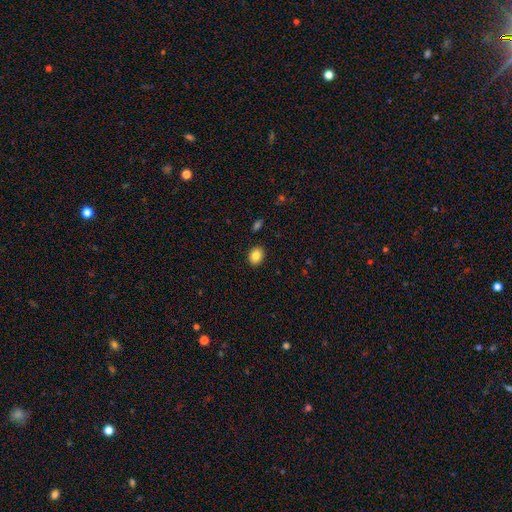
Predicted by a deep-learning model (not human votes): smooth 85%, star or artifact 9%, featured or disk 6%. Down the decision tree: how rounded — in between (55%); merging — none (90%).